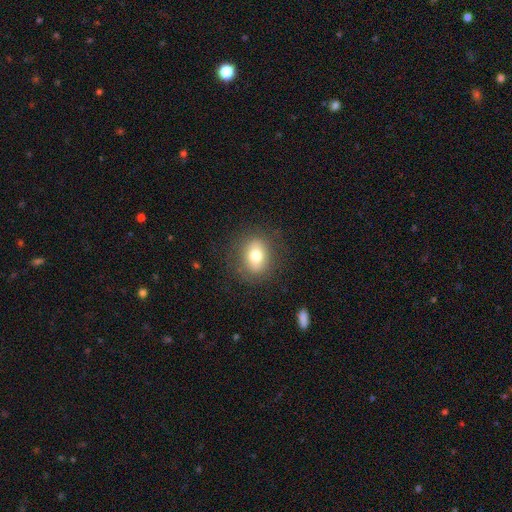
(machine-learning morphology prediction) Smooth or featured?
  - smooth: 71% *
  - featured or disk: 20%
  - star or artifact: 9%
How rounded?
  - in between: 57% *
  - round: 41%
  - cigar-shaped: 2%
Merging?
  - none: 83% *
  - minor disturbance: 11%
  - major disturbance: 5%
  - merger: 1%